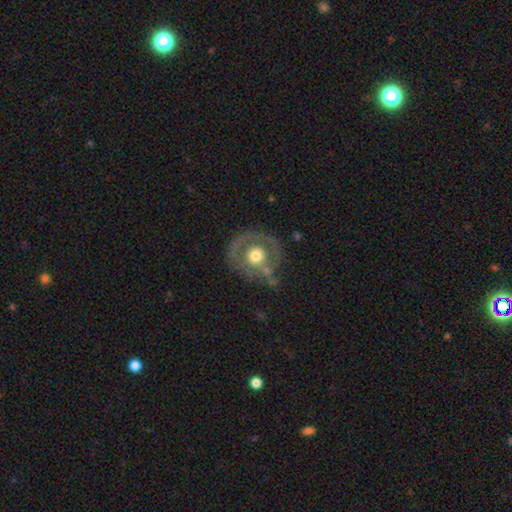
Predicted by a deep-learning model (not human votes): This appears to be a featured or disk galaxy (52%) with no bar (89%), no spiral arms (79%) and a moderate central bulge (65%). Merging: none (64%).